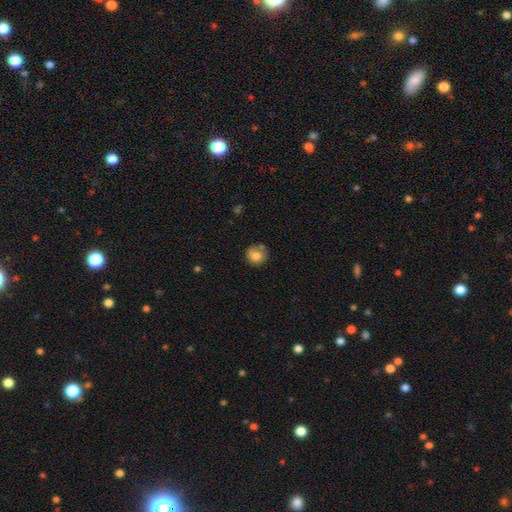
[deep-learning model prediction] Morphology: type=smooth (75%); roundness=round (84%); merging=none (60%).